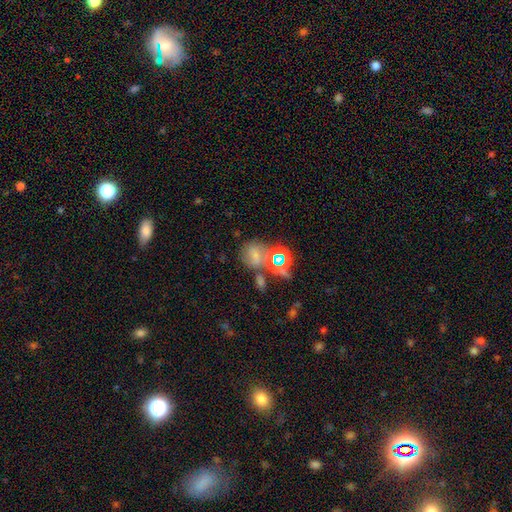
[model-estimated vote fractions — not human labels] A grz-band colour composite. It shows a smooth galaxy with no disk features (51%) that is round (52%). Merging: none (47%).